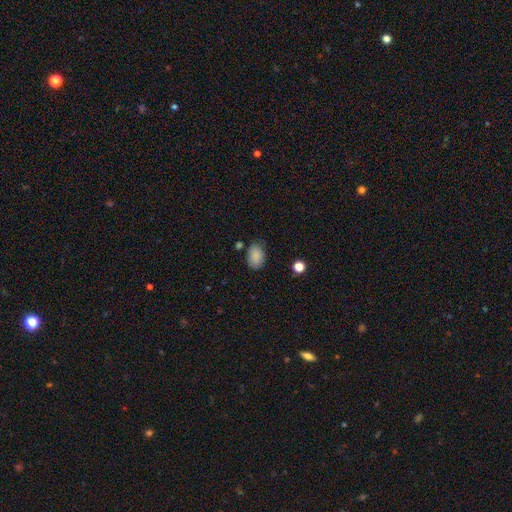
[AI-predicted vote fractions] Smooth or featured: smooth — 87% (star or artifact — 8%)
How rounded: in between — 84% (round — 14%)
Merging: none — 73% (minor disturbance — 19%)